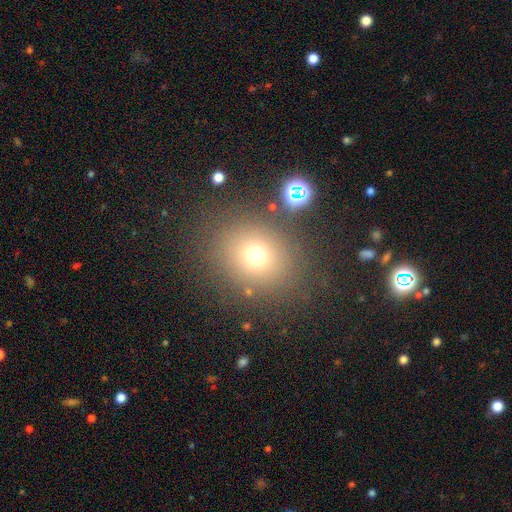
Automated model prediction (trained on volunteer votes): Smooth or featured? smooth (69%)
How rounded? round (74%)
Merging? none (79%)